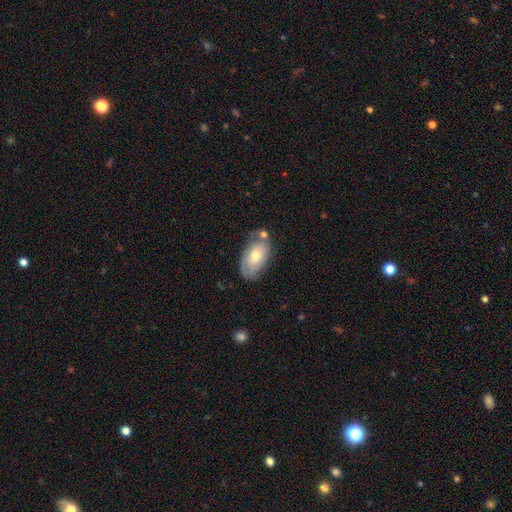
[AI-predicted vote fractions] Overall: smooth (60%; featured or disk 33%). How rounded: in between (92%). Merging: none (63%).